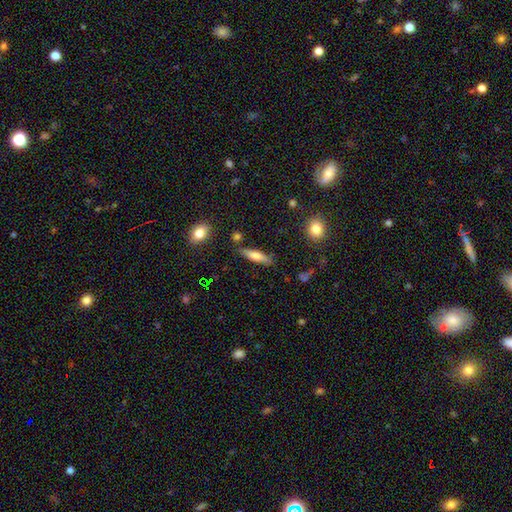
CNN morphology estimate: smooth-or-featured: smooth: 65% | featured or disk: 27% | star or artifact: 8%
  how-rounded: cigar-shaped: 71% | in between: 27% | round: 2%
  merging: none: 80% | minor disturbance: 13% | merger: 5% | major disturbance: 3%